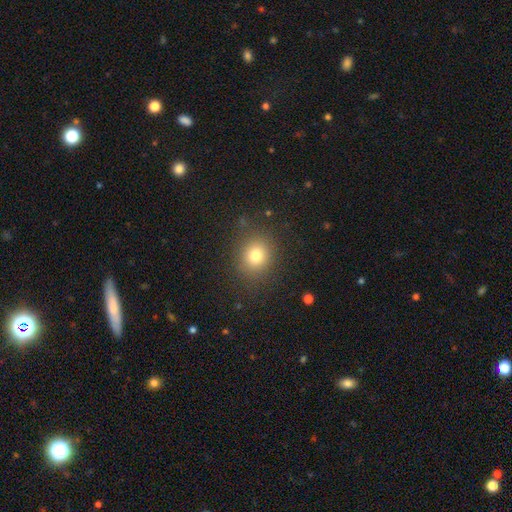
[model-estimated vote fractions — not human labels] Overall: smooth (77%). How rounded: round (77%). Merging: none (86%).